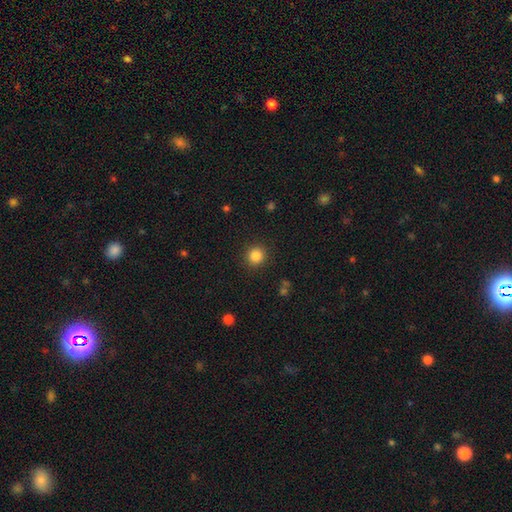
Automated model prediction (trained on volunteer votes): Smooth or featured? Predicted: smooth (p=0.84). How rounded? Predicted: round (p=0.91). Merging? Predicted: none (p=0.90).